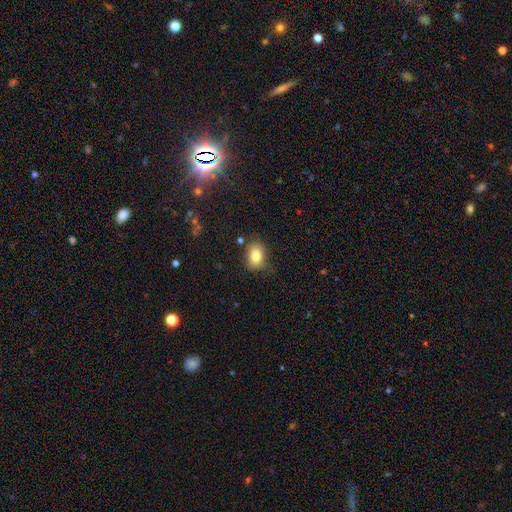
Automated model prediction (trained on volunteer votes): smooth 82%, star or artifact 9%, featured or disk 9%. Down the decision tree: how rounded — in between (75%); merging — none (74%).